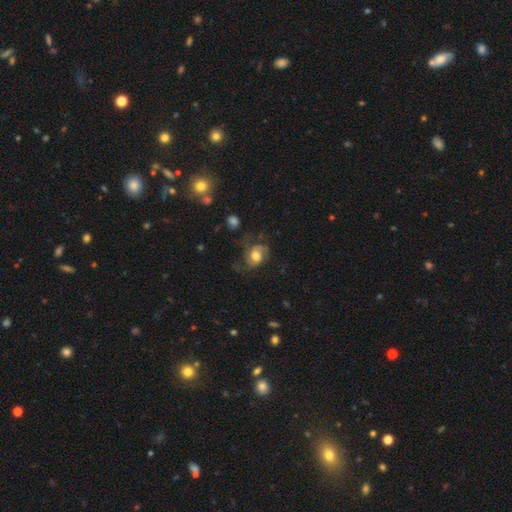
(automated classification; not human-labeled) smooth_or_featured: featured or disk (p=0.54) [alt: smooth p=0.37]
disk_edge_on: no (p=0.97) [alt: yes p=0.03]
bar: no (p=0.67) [alt: weak p=0.28]
has_spiral_arms: yes (p=0.83) [alt: no p=0.17]
bulge_size: moderate (p=0.43) [tied with: large p=0.43]
merging: none (p=0.46) [alt: major disturbance p=0.28]